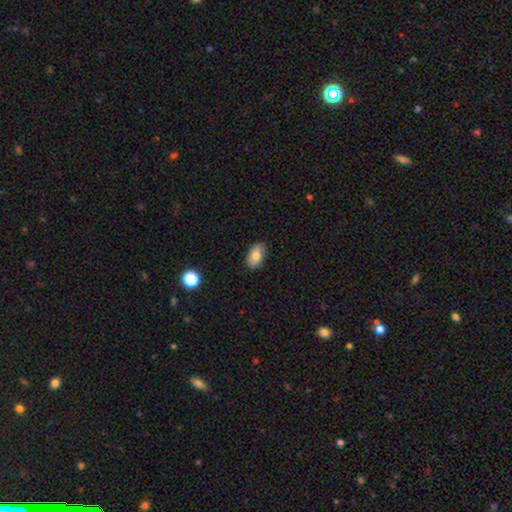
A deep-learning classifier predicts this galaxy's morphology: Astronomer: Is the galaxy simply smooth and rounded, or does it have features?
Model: smooth — 79%.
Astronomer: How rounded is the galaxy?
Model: in between — 92%.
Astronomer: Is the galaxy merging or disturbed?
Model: none — 84%.